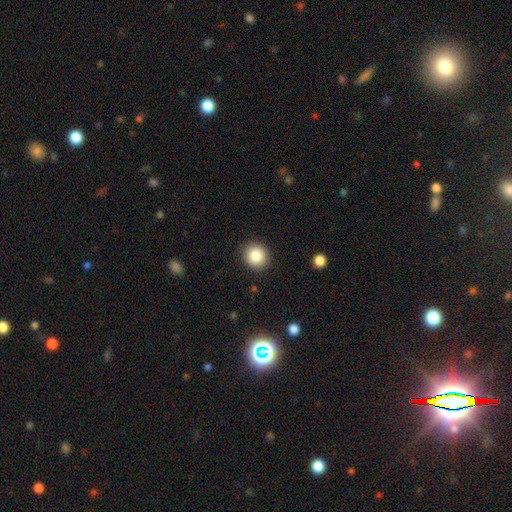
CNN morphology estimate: smooth-or-featured: smooth: 85% | star or artifact: 9% | featured or disk: 6%
  how-rounded: round: 87% | in between: 12% | cigar-shaped: 1%
  merging: none: 90% | minor disturbance: 7% | major disturbance: 2% | merger: 1%